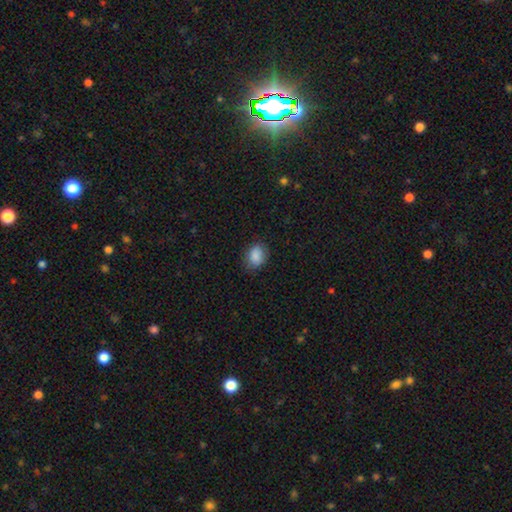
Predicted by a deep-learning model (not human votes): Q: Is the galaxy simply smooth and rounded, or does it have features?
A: smooth — 88%.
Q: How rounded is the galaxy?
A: in between — 66%.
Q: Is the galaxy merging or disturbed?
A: none — 79%.